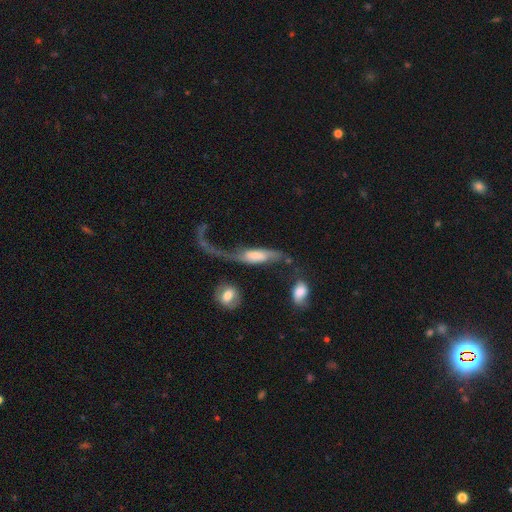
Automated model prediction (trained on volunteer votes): Smooth or featured? featured or disk (57%)
Edge-on disk? no (71%)
Merging? major disturbance (42%)